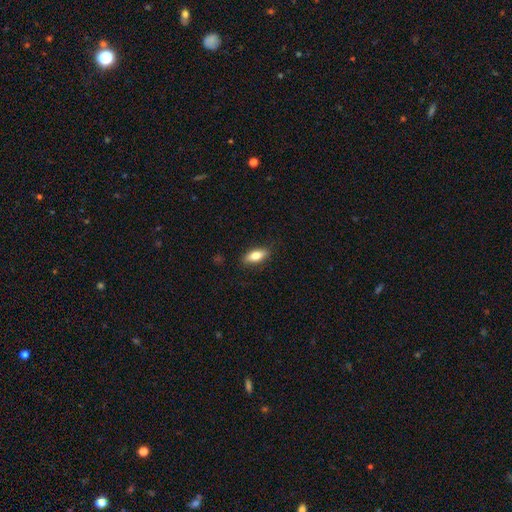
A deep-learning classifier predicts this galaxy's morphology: The model was most divided on "smooth or featured": smooth: 77%, featured or disk: 16%, star or artifact: 7%. More confident: merging — none (86%); how rounded — in between (80%).